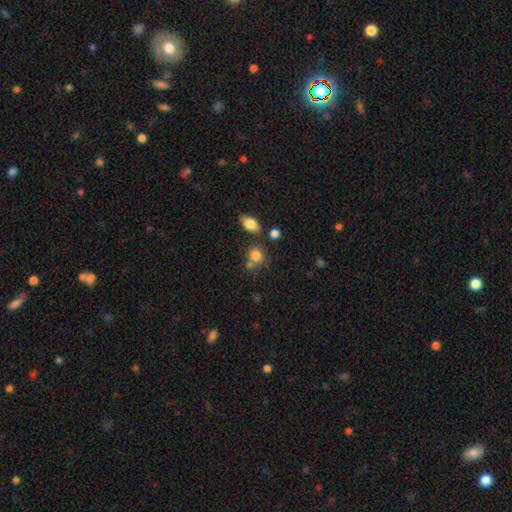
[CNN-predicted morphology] Q: Smooth or featured?
A: smooth (81%); runner-up: star or artifact (11%)
Q: How rounded?
A: round (72%); runner-up: in between (26%)
Q: Merging?
A: none (60%); runner-up: merger (20%)